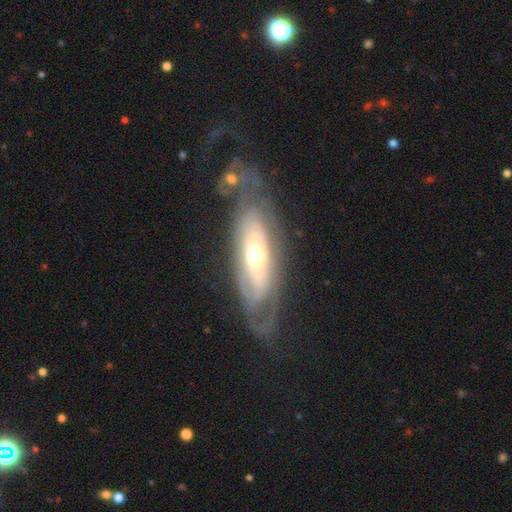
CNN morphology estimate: Smooth or featured: featured or disk — 78% (smooth — 16%)
Edge-on disk: no — 82% (yes — 18%)
Bar: no — 73% (weak — 18%)
Spiral arms: yes — 67% (no — 33%)
Bulge size: moderate — 63% (small — 26%)
Merging: none — 58% (minor disturbance — 19%)